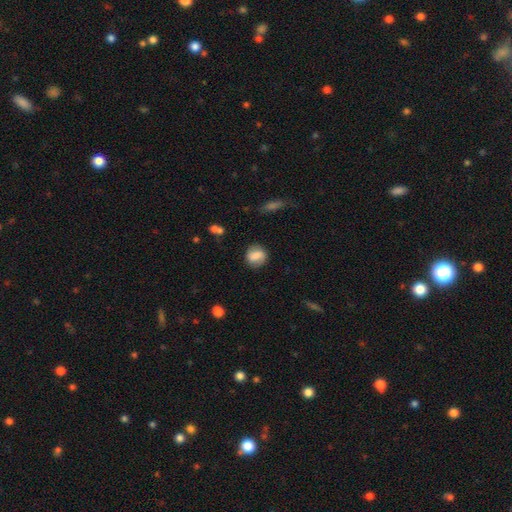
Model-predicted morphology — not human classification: smooth_or_featured: smooth (p=0.67) [alt: featured or disk p=0.25]
how_rounded: round (p=0.71) [alt: in between p=0.28]
merging: none (p=0.81) [alt: minor disturbance p=0.13]